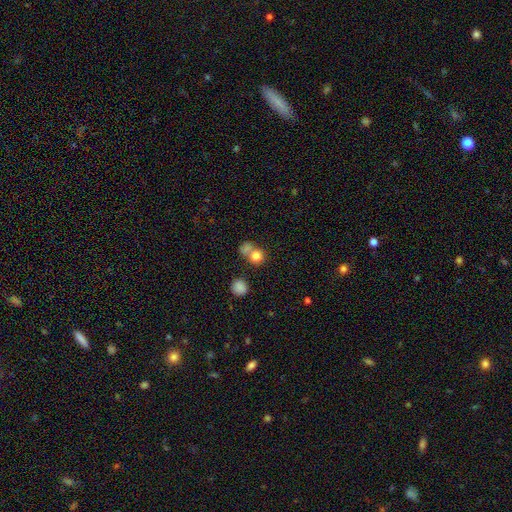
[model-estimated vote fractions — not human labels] This is likely a smooth galaxy (79%). How rounded: clearly round (83%). Merging: marginally none (45%).